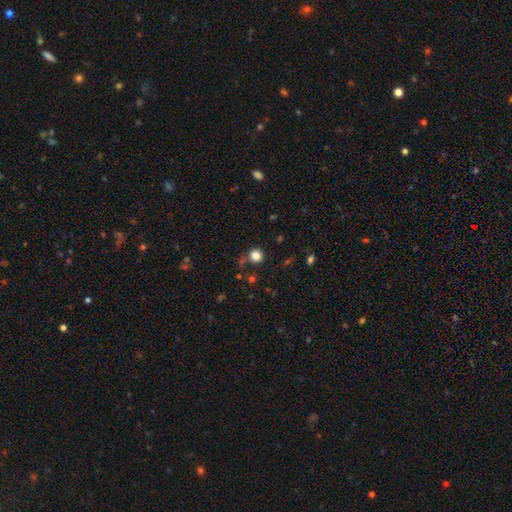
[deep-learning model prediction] smooth 83%, star or artifact 13%, featured or disk 5%. Down the decision tree: how rounded — round (90%); merging — none (77%).